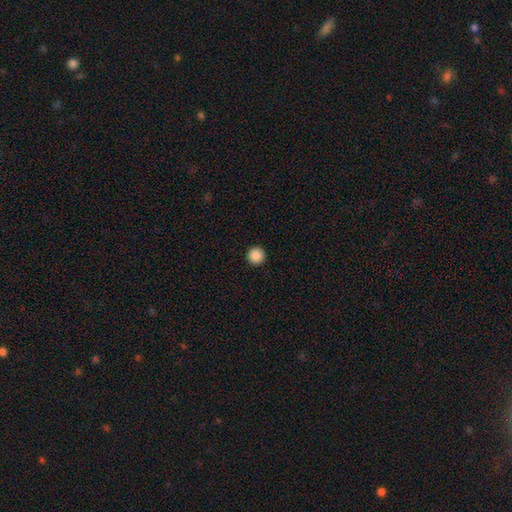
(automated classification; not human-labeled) Smooth or featured: smooth — 88% (star or artifact — 9%)
How rounded: round — 96% (in between — 3%)
Merging: none — 94% (minor disturbance — 4%)